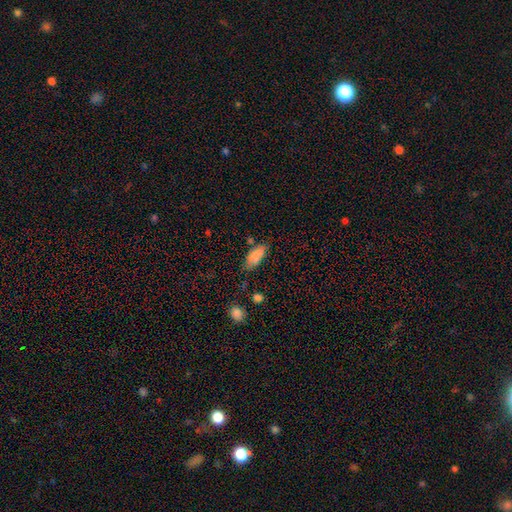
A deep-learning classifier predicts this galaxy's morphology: Overall: smooth (84%). How rounded: in between (81%). Merging: none (69%).